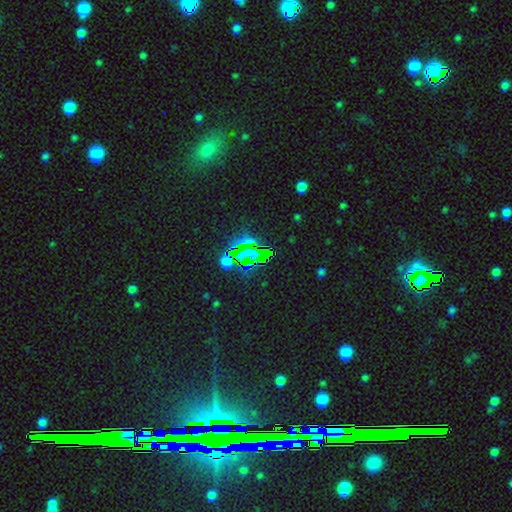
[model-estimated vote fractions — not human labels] A star or artifact, not a galaxy (74%).

Vote fractions:
- Smooth or featured? star or artifact: 74% / smooth: 16% / featured or disk: 10%